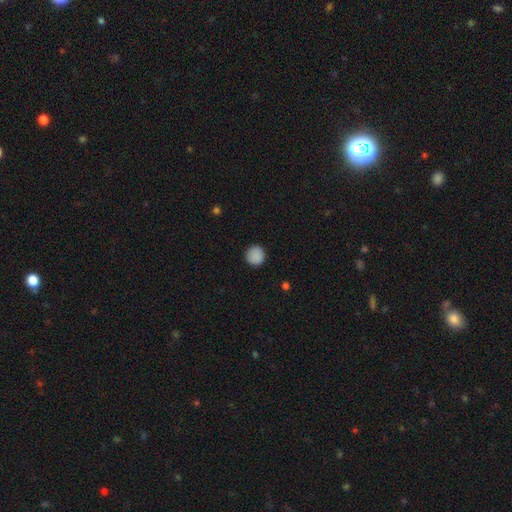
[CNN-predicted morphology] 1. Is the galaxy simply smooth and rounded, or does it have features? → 88% smooth, 9% star or artifact, 3% featured or disk.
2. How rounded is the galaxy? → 94% round, 5% in between, 1% cigar-shaped.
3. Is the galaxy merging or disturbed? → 91% none, 6% minor disturbance, 2% major disturbance, 1% merger.